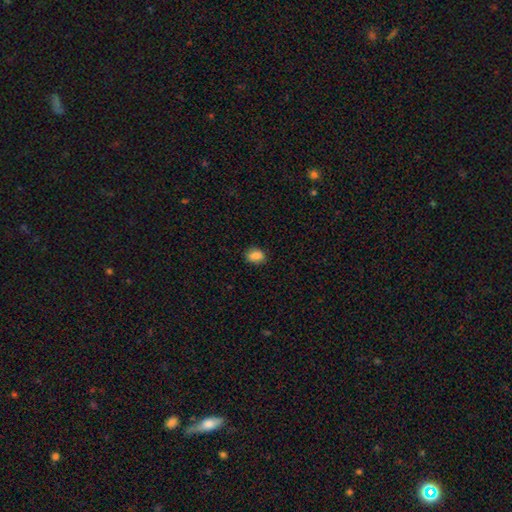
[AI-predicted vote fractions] Overall: smooth (85%). How rounded: in between (64%; round 34%). Merging: none (87%).